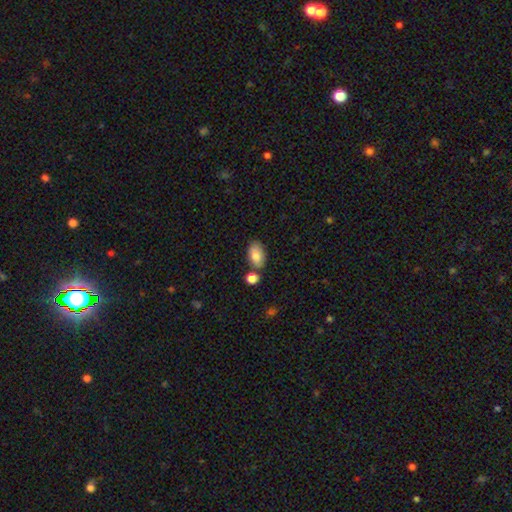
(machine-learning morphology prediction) A smooth galaxy with no disk features (81%) that is in between round and cigar-shaped (92%). Merging: none (67%).